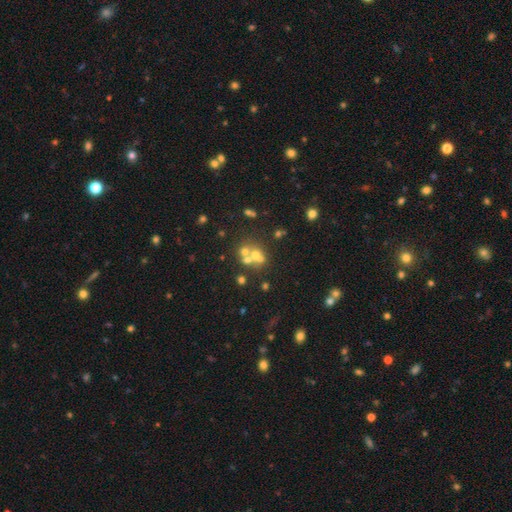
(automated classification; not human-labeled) A smooth galaxy with no disk features (46%). Merging: merger (47%).